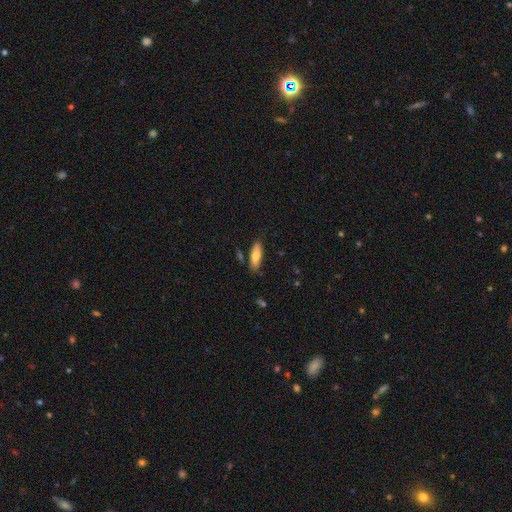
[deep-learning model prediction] Smooth or featured? smooth (76%)
How rounded? in between (61%)
Merging? none (79%)